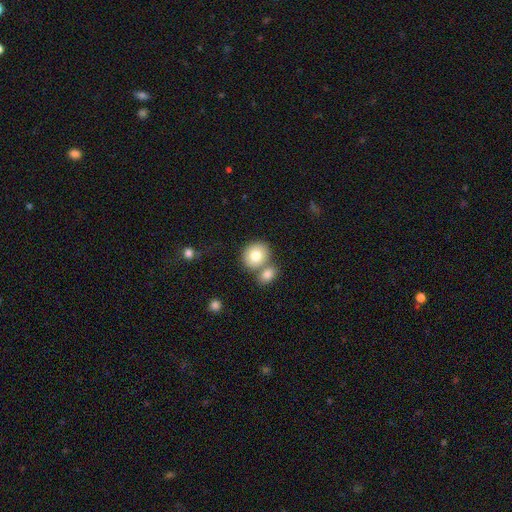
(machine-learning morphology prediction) A smooth galaxy with no disk features (80%) that is round (73%). Merging: none (53%).